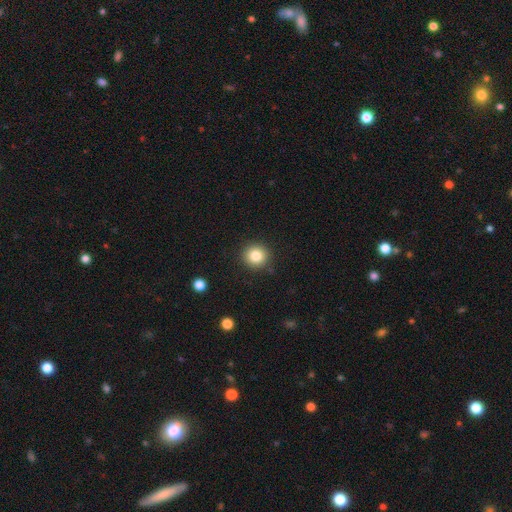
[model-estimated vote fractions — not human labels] Overall: smooth (83%). How rounded: round (92%). Merging: none (90%).